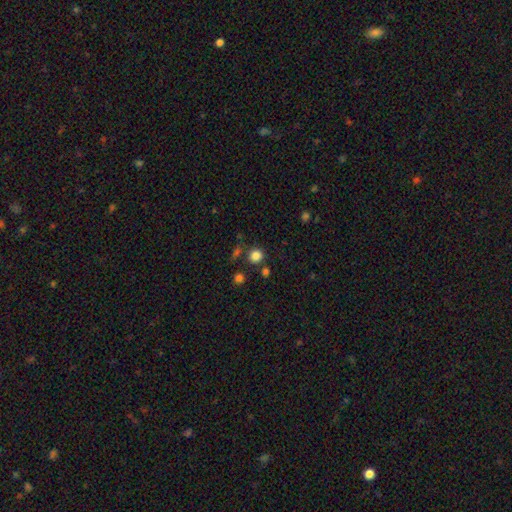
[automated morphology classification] A smooth galaxy with no disk features (82%) that is round (86%).

Vote fractions:
- Smooth or featured? smooth: 82% / star or artifact: 13% / featured or disk: 5%
- How rounded? round: 86% / in between: 14% / cigar-shaped: 1%
- Merging? none: 78% / minor disturbance: 9% / merger: 9% / major disturbance: 4%